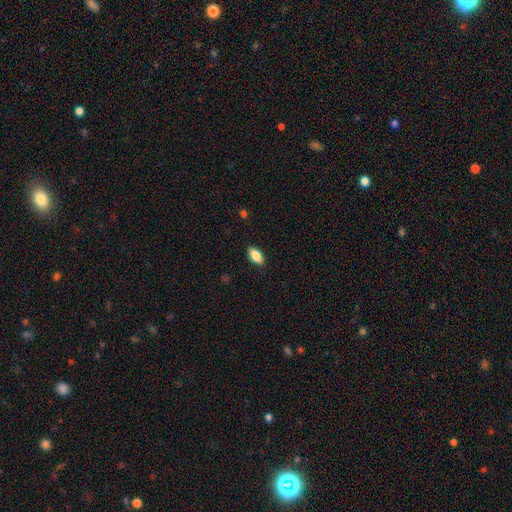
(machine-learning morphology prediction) Smooth or featured? Predicted: smooth (p=0.82). How rounded? Predicted: in between (p=0.88). Merging? Predicted: none (p=0.87).